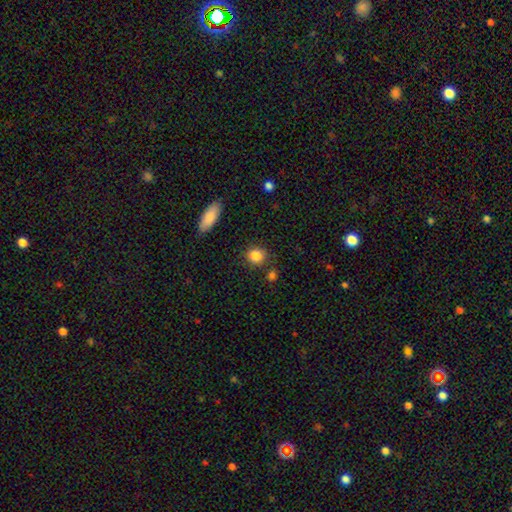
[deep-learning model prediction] This appears to be a smooth galaxy with no disk features (86%) that is round (83%). Merging: none (83%).